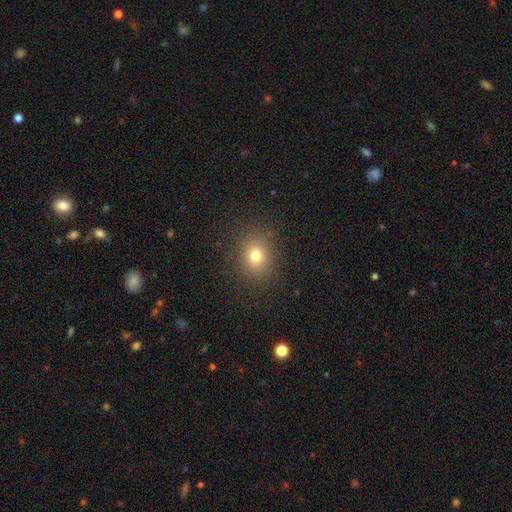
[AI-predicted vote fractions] smooth_or_featured: smooth (p=0.76) [alt: star or artifact p=0.15]
how_rounded: round (p=0.64) [alt: in between p=0.35]
merging: none (p=0.87) [alt: minor disturbance p=0.08]